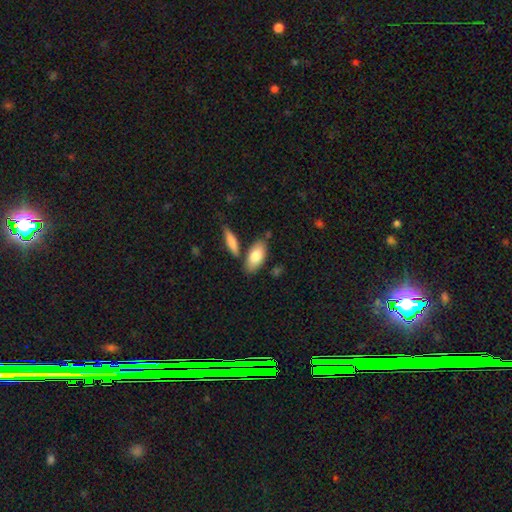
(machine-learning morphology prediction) The model was most divided on "merging": none: 73%, merger: 12%, minor disturbance: 12%, major disturbance: 3%. More confident: how rounded — in between (88%); smooth or featured — smooth (80%).